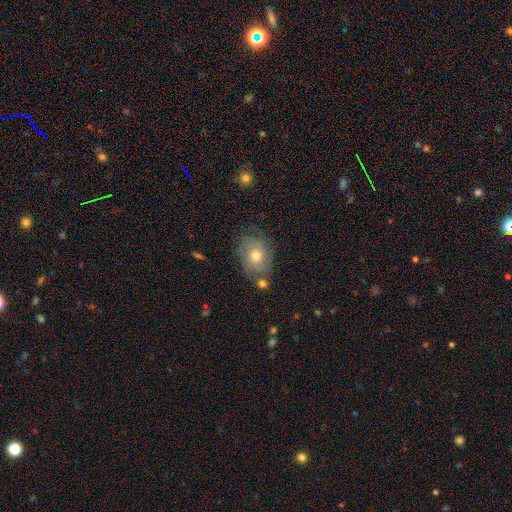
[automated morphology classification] Smooth or featured? Predicted: smooth (p=0.48). Merging? Predicted: none (p=0.65).